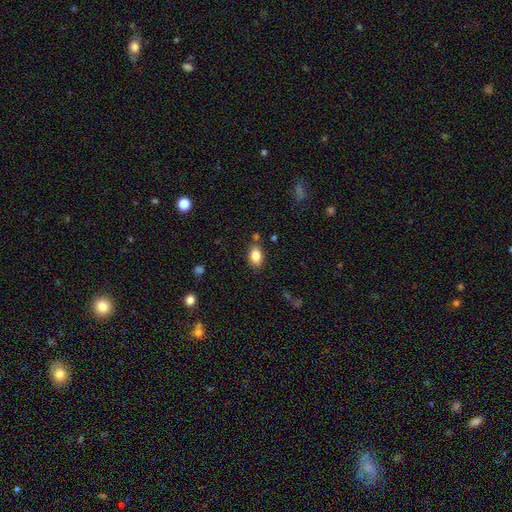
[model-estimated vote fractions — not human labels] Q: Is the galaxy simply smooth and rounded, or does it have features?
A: smooth — 84%.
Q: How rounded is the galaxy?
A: in between — 87%.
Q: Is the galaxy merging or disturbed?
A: none — 81%.